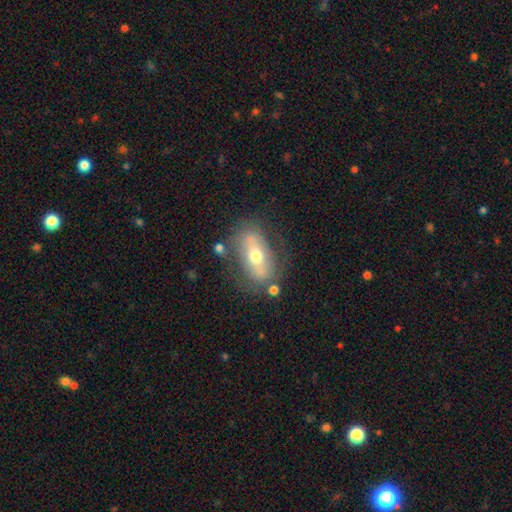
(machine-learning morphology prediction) Smooth or featured?
  - featured or disk: 54% *
  - smooth: 38%
  - star or artifact: 8%
Edge-on disk?
  - no: 80% *
  - yes: 20%
Merging?
  - none: 71% *
  - minor disturbance: 16%
  - major disturbance: 8%
  - merger: 5%